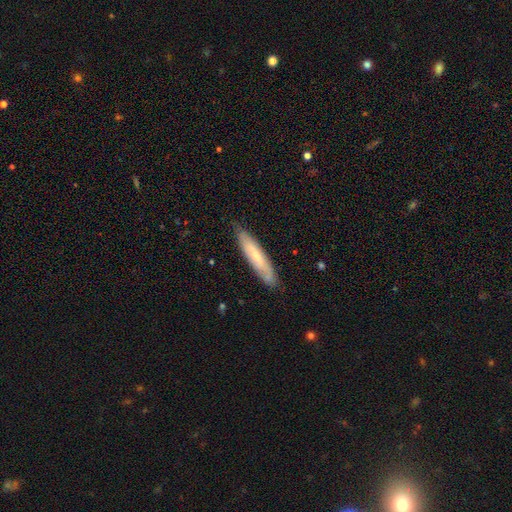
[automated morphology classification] Smooth or featured: smooth — 57% (featured or disk — 37%)
How rounded: cigar-shaped — 81% (in between — 17%)
Merging: none — 81% (minor disturbance — 15%)